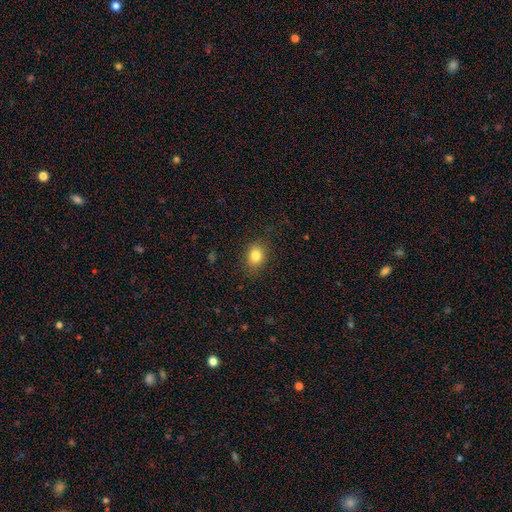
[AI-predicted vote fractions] This is clearly a smooth galaxy (83%). How rounded: possibly round (54%). Merging: clearly none (85%).